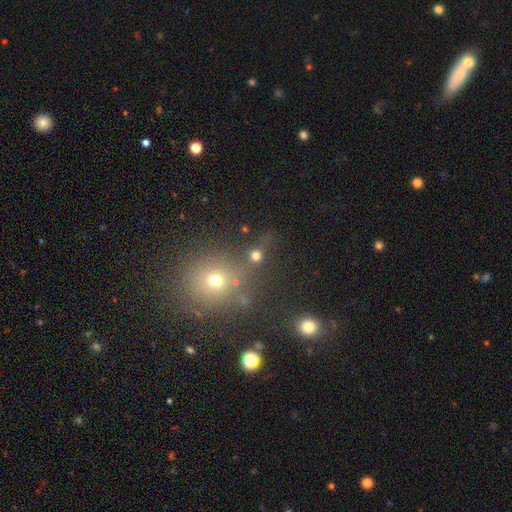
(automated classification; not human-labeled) A smooth galaxy with no disk features (68%) that is round (88%).

Vote fractions:
- Smooth or featured? smooth: 68% / star or artifact: 23% / featured or disk: 9%
- How rounded? round: 88% / in between: 11% / cigar-shaped: 2%
- Merging? none: 68% / merger: 17% / minor disturbance: 9% / major disturbance: 6%